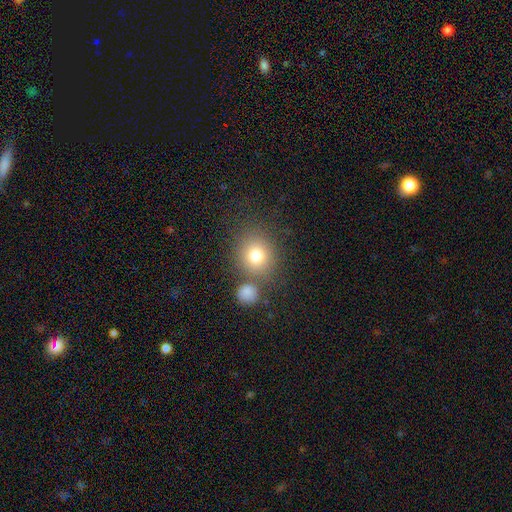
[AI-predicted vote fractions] Smooth or featured? smooth (78%)
How rounded? round (81%)
Merging? none (69%)